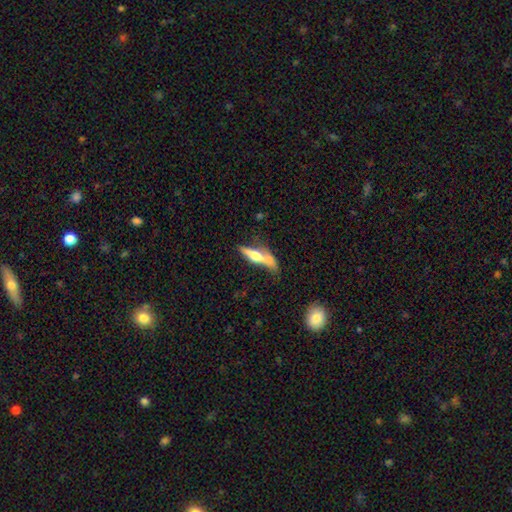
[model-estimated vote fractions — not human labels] A featured or disk galaxy (49%). Merging: none (40%).